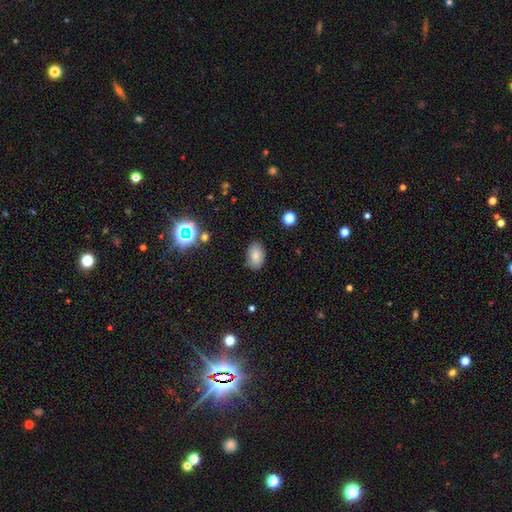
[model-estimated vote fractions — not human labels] Smooth or featured: smooth — 81% (star or artifact — 11%)
How rounded: in between — 88% (round — 10%)
Merging: none — 84% (minor disturbance — 12%)